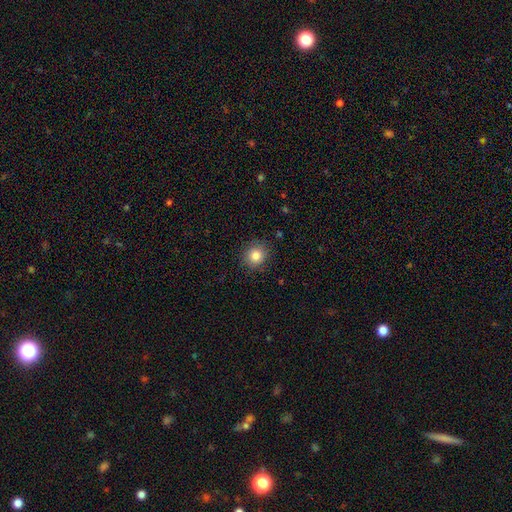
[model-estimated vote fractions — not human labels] This is clearly a smooth galaxy (84%). How rounded: clearly round (87%). Merging: clearly none (88%).